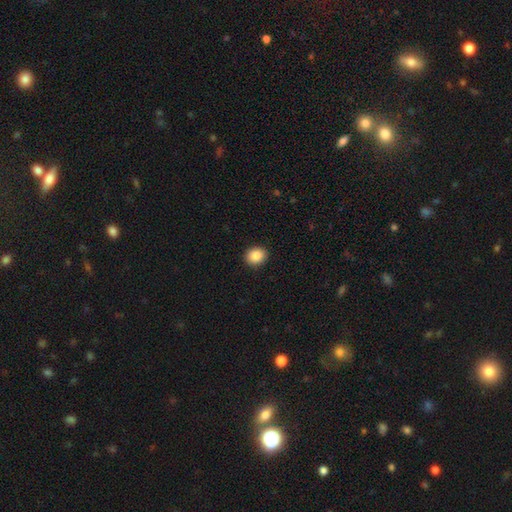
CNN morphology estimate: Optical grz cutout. It shows a smooth galaxy with no disk features (88%) that is round (62%). Merging: none (91%).